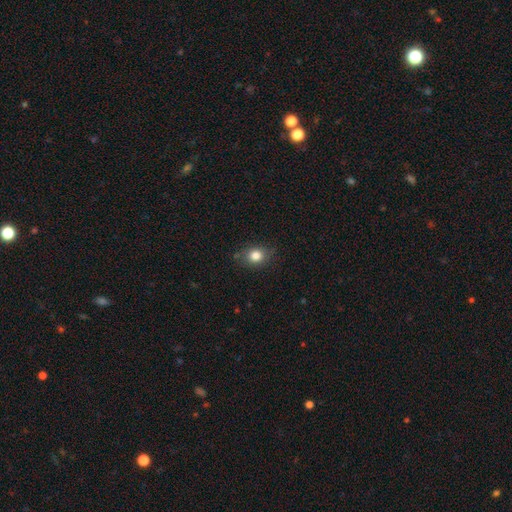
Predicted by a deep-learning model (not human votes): Morphology: type=smooth (83%); roundness=round (54%); merging=none (78%).